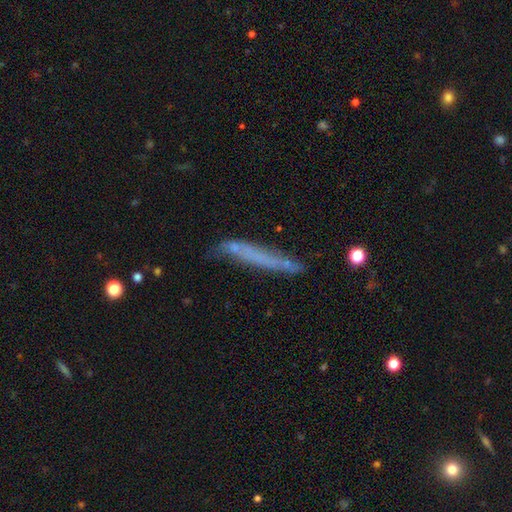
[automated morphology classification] Q: Smooth or featured?
A: smooth (49%); runner-up: featured or disk (42%)
Q: Merging?
A: none (67%); runner-up: minor disturbance (23%)